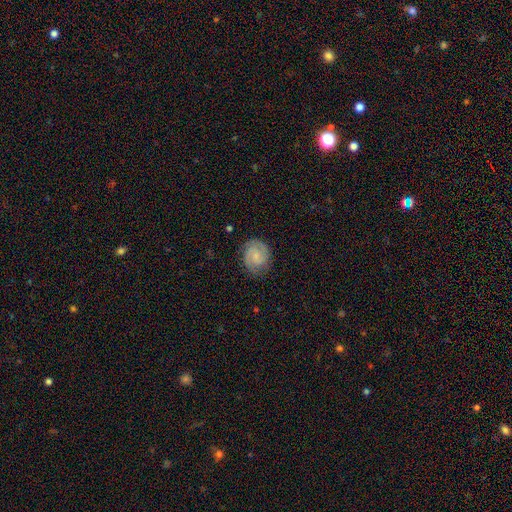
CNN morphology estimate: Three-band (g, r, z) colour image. It shows a featured or disk galaxy (73%) with no bar (55%), 2 (78%) tight (55%) spiral arms (96%) and a small central bulge (43%). Merging: none (81%).